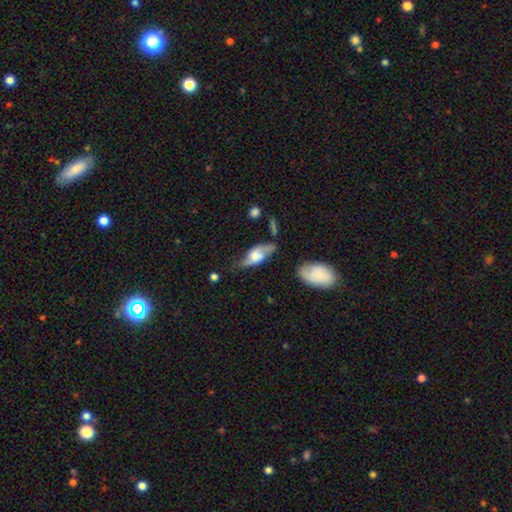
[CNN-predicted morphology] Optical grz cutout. It shows a featured or disk galaxy (56%). Merging: none (54%).